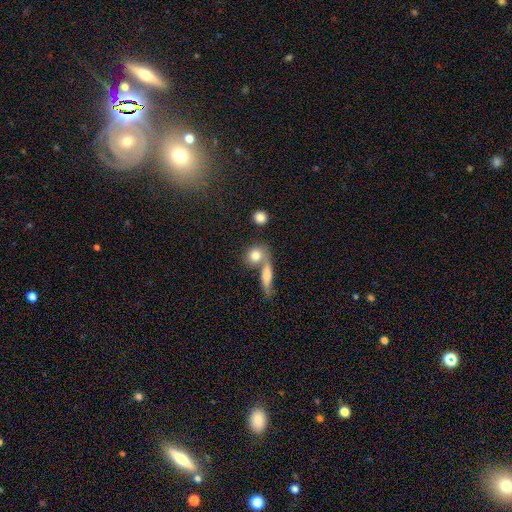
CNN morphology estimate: Smooth or featured: smooth — 78% (featured or disk — 13%)
How rounded: round — 70% (in between — 24%)
Merging: none — 49% (merger — 37%)